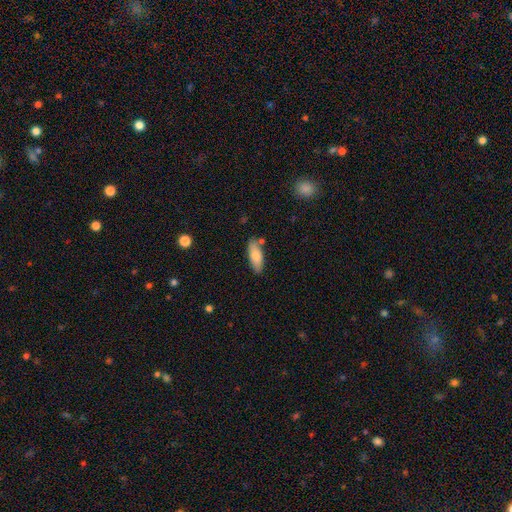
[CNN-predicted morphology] smooth 79%, featured or disk 15%, star or artifact 6%. Down the decision tree: how rounded — in between (69%); merging — none (78%).